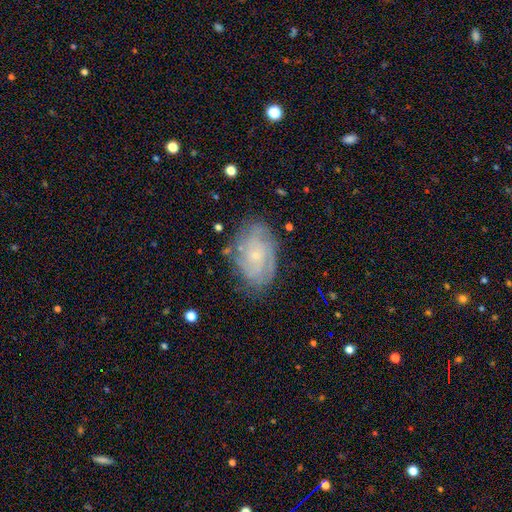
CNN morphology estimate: Smooth or featured: featured or disk — 73% (smooth — 18%)
Edge-on disk: no — 96% (yes — 4%)
Bar: no — 78% (weak — 19%)
Spiral arms: yes — 90% (no — 10%)
Spiral winding: tight — 64% (medium — 28%)
Spiral arm count: can't tell — 42% (2 — 18%)
Bulge size: small — 80% (moderate — 14%)
Merging: none — 75% (minor disturbance — 17%)